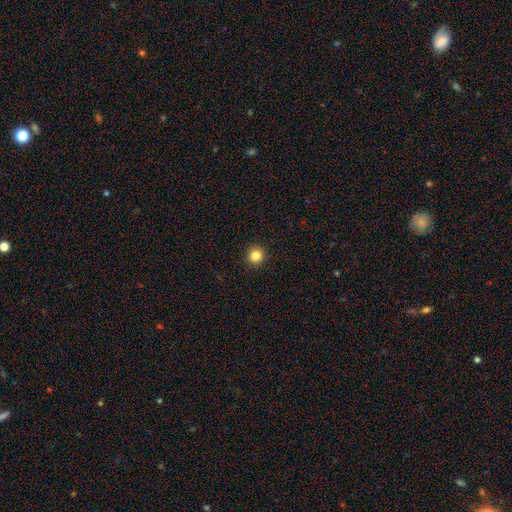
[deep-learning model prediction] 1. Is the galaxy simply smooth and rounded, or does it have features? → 85% smooth, 11% star or artifact, 4% featured or disk.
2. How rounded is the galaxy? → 94% round, 5% in between, 1% cigar-shaped.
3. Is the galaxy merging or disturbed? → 93% none, 5% minor disturbance, 2% major disturbance, 1% merger.